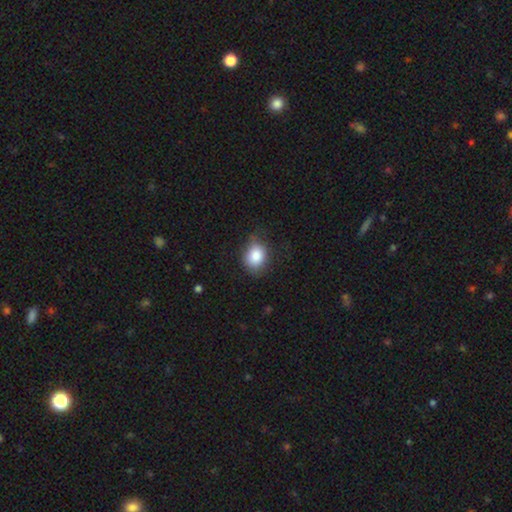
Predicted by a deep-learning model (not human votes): Overall: smooth (85%). How rounded: in between (50%; round 49%). Merging: none (68%).